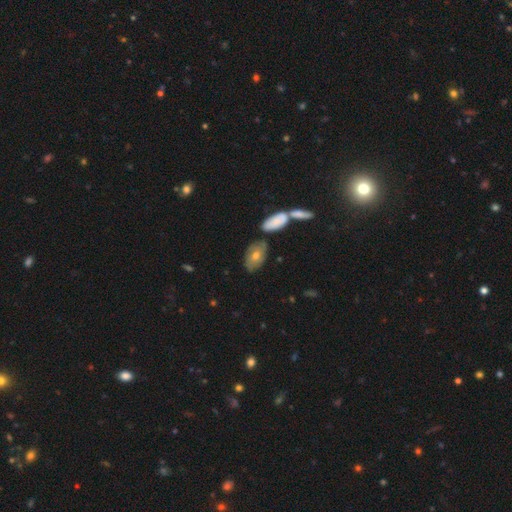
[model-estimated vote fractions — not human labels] Morphology: type=smooth (49%); merging=none (62%).